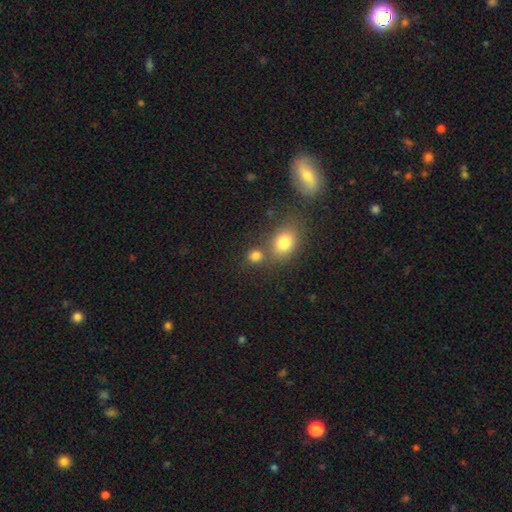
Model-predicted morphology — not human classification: Overall: smooth (79%). How rounded: round (75%). Merging: none (61%; merger 25%).